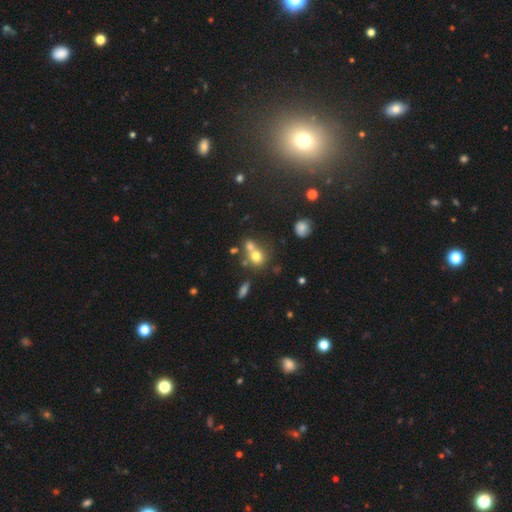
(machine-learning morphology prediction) Overall: smooth (69%). How rounded: round (67%; in between 32%). Merging: merger (51%; none 34%).